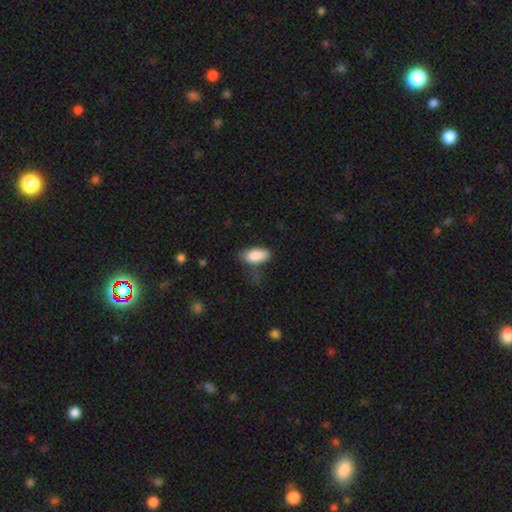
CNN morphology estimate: smooth 86%, star or artifact 7%, featured or disk 7%. Down the decision tree: how rounded — in between (90%); merging — none (48%).